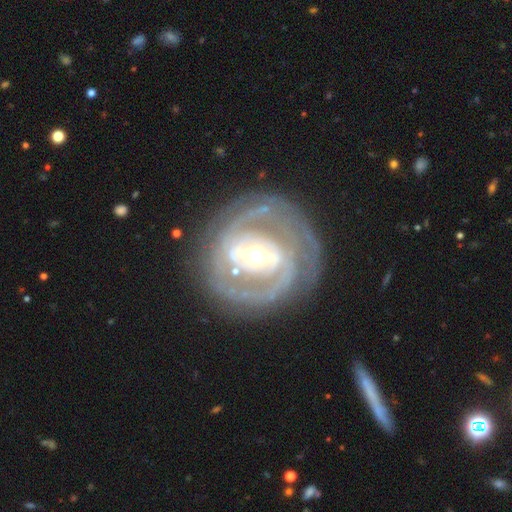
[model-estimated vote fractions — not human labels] Morphology: type=featured or disk (88%); edge-on=no (96%); bar=strong (60%); spiral arms=yes (91%); winding=tight (67%); arm count=2 (55%); bulge=moderate (65%); merging=none (78%).